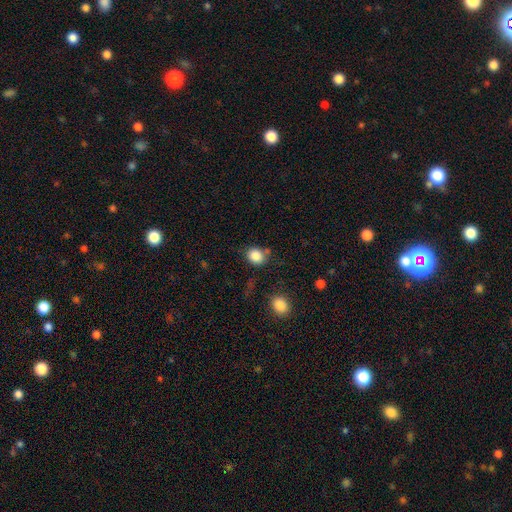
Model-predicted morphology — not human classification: Smooth or featured?
  - smooth: 86% *
  - star or artifact: 10%
  - featured or disk: 5%
How rounded?
  - round: 67% *
  - in between: 32%
  - cigar-shaped: 1%
Merging?
  - none: 73% *
  - minor disturbance: 15%
  - merger: 7%
  - major disturbance: 5%